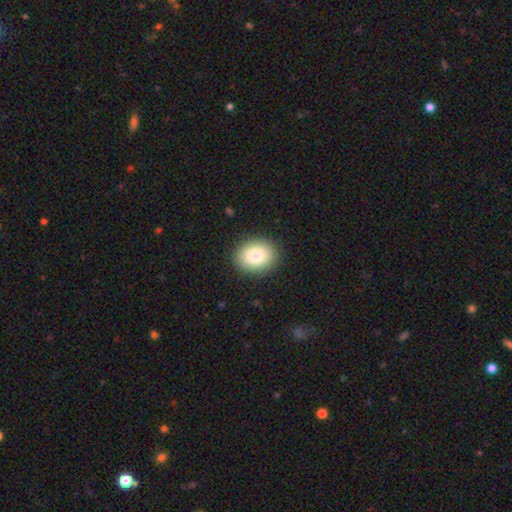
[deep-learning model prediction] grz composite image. It shows a smooth galaxy with no disk features (82%) that is round (52%). Merging: none (89%).